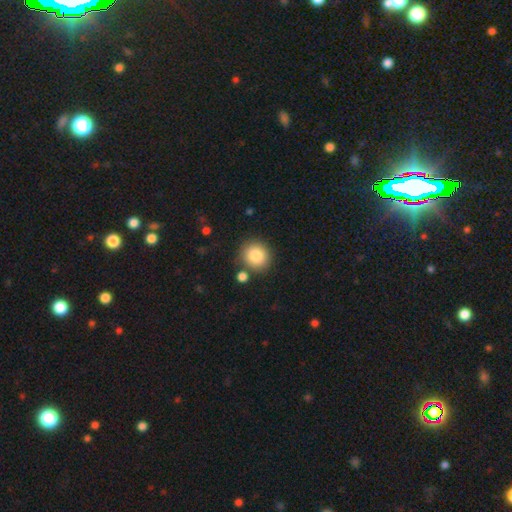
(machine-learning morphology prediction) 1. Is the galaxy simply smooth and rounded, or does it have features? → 84% smooth, 9% star or artifact, 7% featured or disk.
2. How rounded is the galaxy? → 87% round, 12% in between, 1% cigar-shaped.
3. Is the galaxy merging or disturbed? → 81% none, 9% minor disturbance, 8% merger, 3% major disturbance.